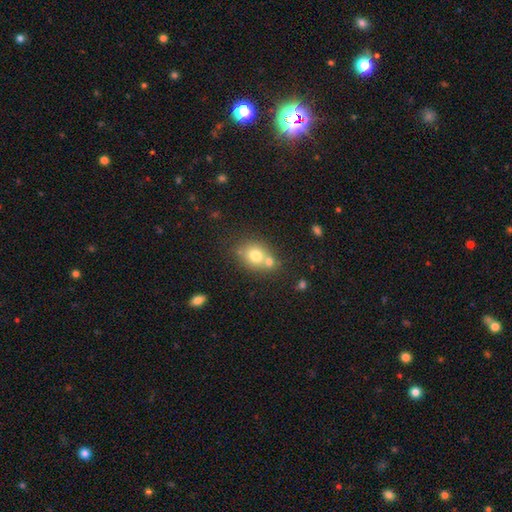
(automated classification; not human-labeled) Smooth or featured: smooth — 73% (featured or disk — 15%)
How rounded: round — 62% (in between — 36%)
Merging: none — 50% (merger — 37%)